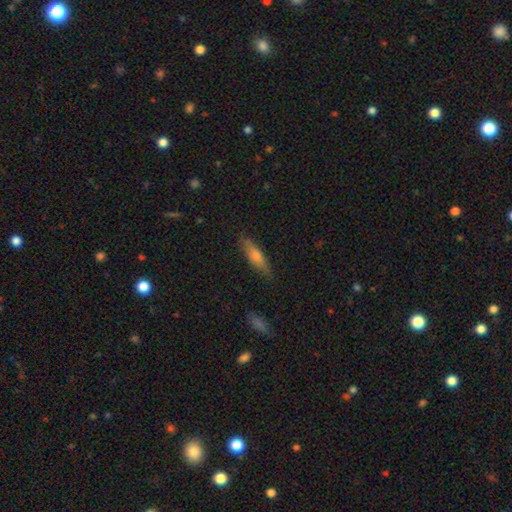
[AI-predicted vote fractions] Smooth or featured?
  - smooth: 54% *
  - featured or disk: 38%
  - star or artifact: 8%
How rounded?
  - cigar-shaped: 76% *
  - in between: 21%
  - round: 2%
Merging?
  - none: 86% *
  - minor disturbance: 11%
  - major disturbance: 2%
  - merger: 1%